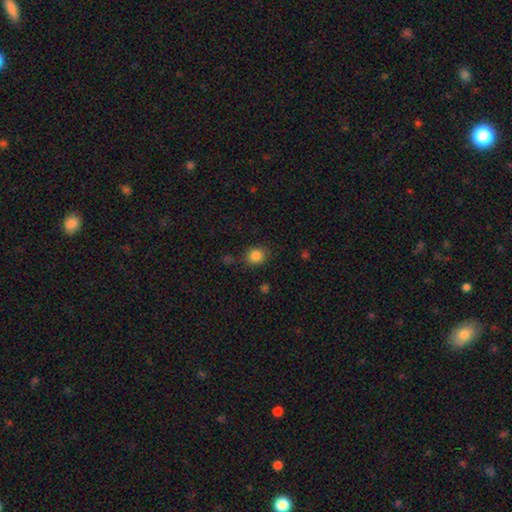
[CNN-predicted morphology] Smooth or featured?
  - smooth: 85% *
  - star or artifact: 10%
  - featured or disk: 5%
How rounded?
  - round: 72% *
  - in between: 27%
  - cigar-shaped: 1%
Merging?
  - none: 80% *
  - minor disturbance: 13%
  - major disturbance: 4%
  - merger: 3%